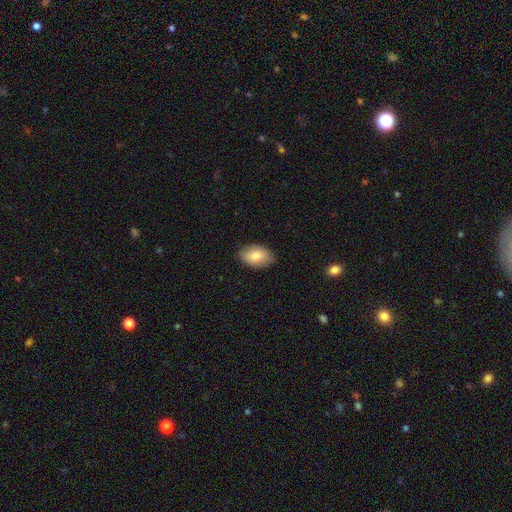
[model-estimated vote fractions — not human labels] Smooth or featured: smooth — 81% (featured or disk — 12%)
How rounded: in between — 91% (round — 7%)
Merging: none — 86% (minor disturbance — 11%)